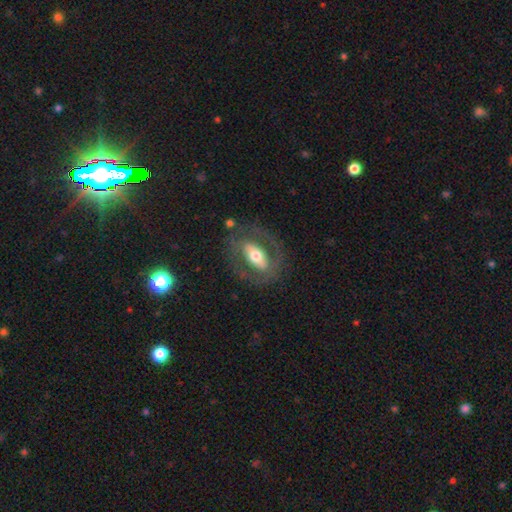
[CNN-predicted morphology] smooth-or-featured: featured or disk: 63% | smooth: 30% | star or artifact: 6%
  disk-edge-on: no: 86% | yes: 14%
    bar: strong: 44% | no: 33% | weak: 23%
    has-spiral-arms: no: 62% | yes: 38%
    bulge-size: moderate: 62% | large: 22% | small: 13% | dominant: 2% | none: 1%
  merging: none: 72% | minor disturbance: 14% | major disturbance: 12% | merger: 2%